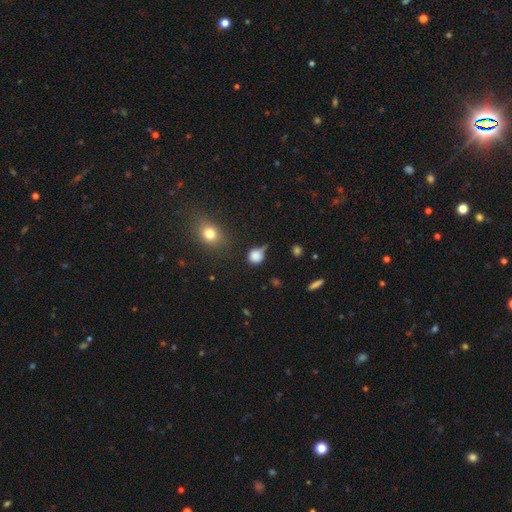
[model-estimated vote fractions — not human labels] Overall: smooth (82%). How rounded: round (83%). Merging: none (49%; minor disturbance 30%).